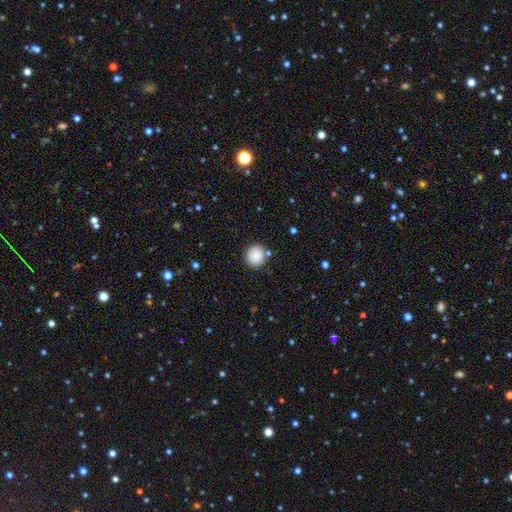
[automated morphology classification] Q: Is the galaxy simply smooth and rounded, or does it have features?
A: smooth — 88%.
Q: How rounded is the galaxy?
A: round — 88%.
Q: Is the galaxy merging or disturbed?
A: none — 85%.